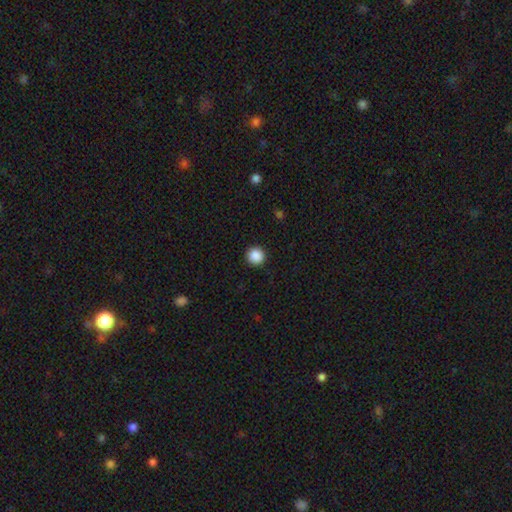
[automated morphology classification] Smooth or featured? smooth (88%)
How rounded? round (96%)
Merging? none (93%)